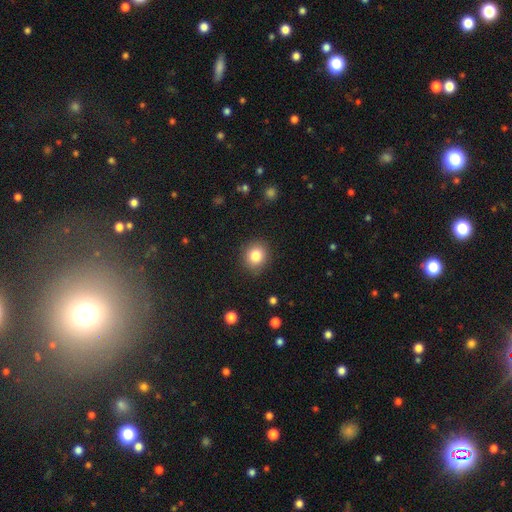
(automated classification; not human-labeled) smooth 83%, star or artifact 10%, featured or disk 7%. Down the decision tree: how rounded — round (79%); merging — none (88%).